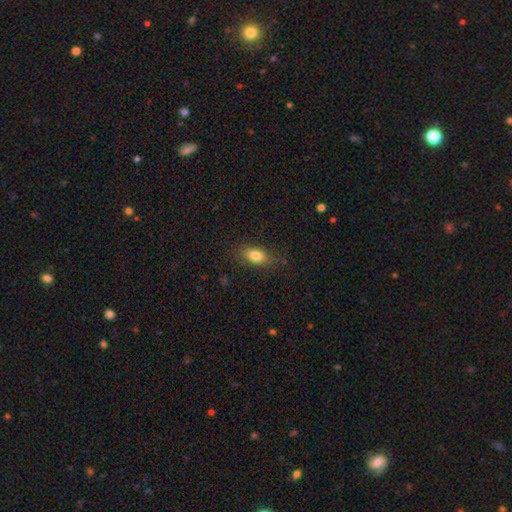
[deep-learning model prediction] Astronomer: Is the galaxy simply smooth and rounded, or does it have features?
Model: smooth — 80%.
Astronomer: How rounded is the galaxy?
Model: in between — 82%.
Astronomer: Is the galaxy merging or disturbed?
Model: none — 81%.